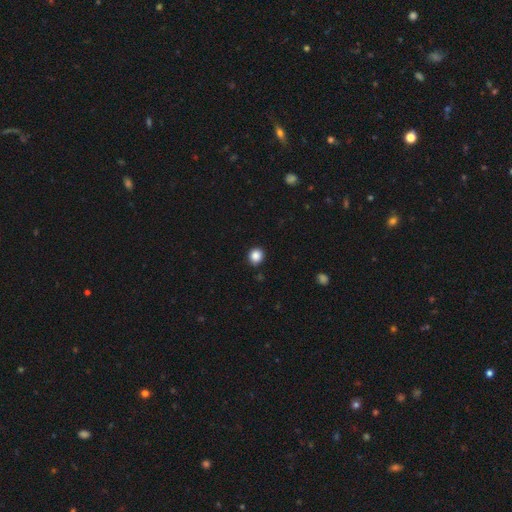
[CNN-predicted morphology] Smooth or featured? smooth (87%)
How rounded? round (84%)
Merging? none (91%)